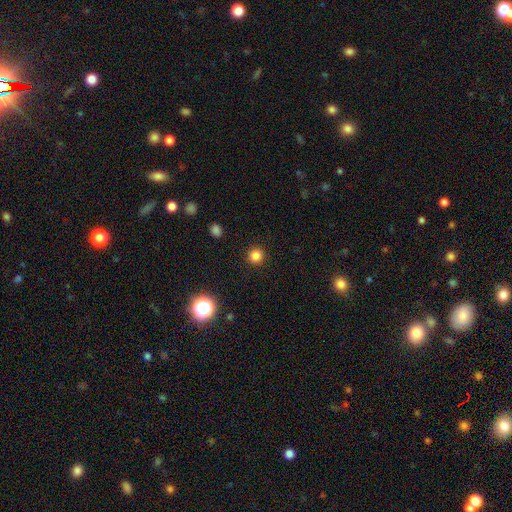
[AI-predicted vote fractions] smooth 83%, star or artifact 13%, featured or disk 4%. Down the decision tree: how rounded — round (94%); merging — none (92%).